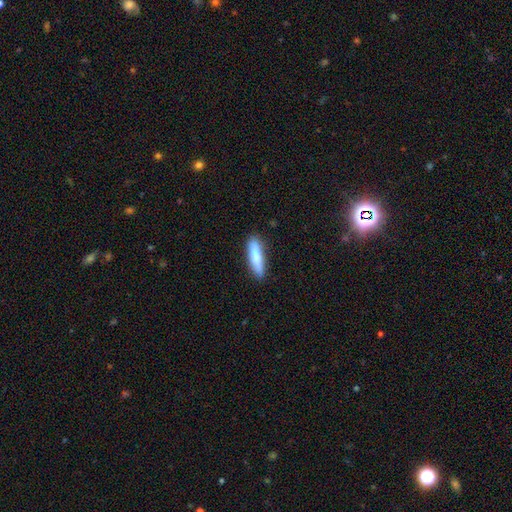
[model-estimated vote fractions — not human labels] Overall: smooth (80%). How rounded: cigar-shaped (76%). Merging: none (85%).